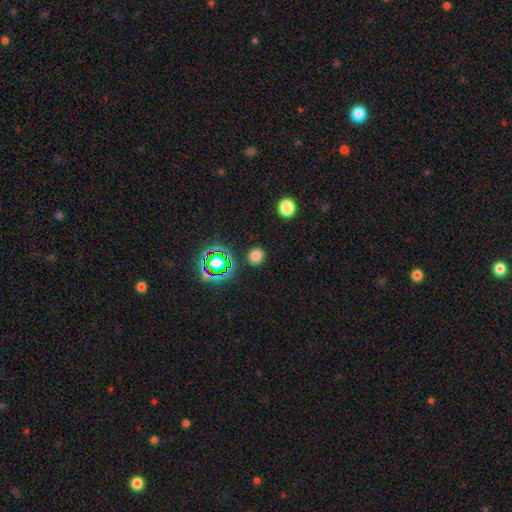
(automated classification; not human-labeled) Smooth or featured?
  - smooth: 73% *
  - star or artifact: 22%
  - featured or disk: 5%
How rounded?
  - round: 88% *
  - in between: 11%
  - cigar-shaped: 1%
Merging?
  - none: 88% *
  - minor disturbance: 7%
  - major disturbance: 3%
  - merger: 2%